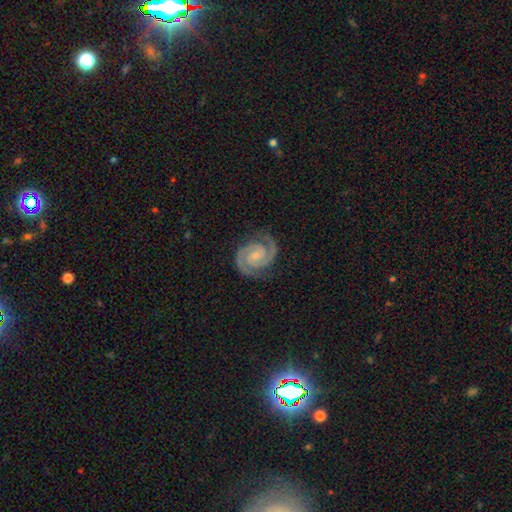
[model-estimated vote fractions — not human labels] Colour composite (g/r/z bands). It shows a featured or disk galaxy (93%) with no bar (56%), 2 (93%) tight (67%) spiral arms (99%) and a small central bulge (59%). Merging: none (84%).